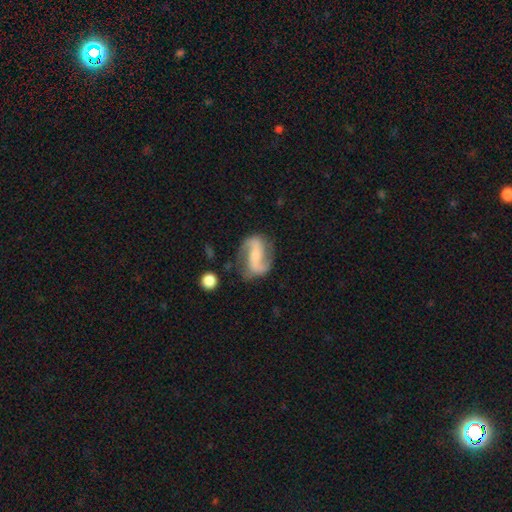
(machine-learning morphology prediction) A featured or disk galaxy (86%) with a weak bar (33%, tied with no and strong), 2 (93%) loose (51%) spiral arms (96%) and a small central bulge (56%). Merging: none (75%).